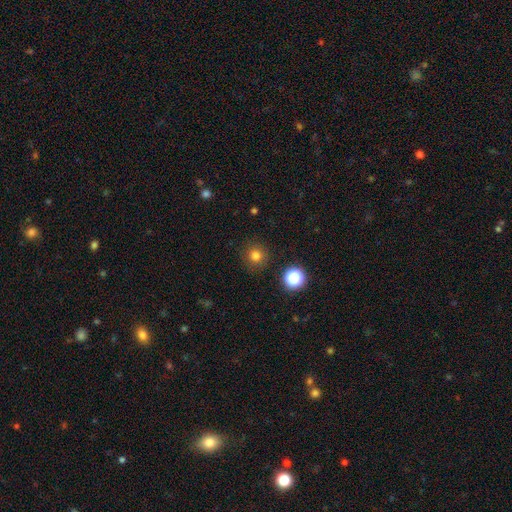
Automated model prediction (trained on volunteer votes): Morphology: type=smooth (78%); roundness=round (94%); merging=none (90%).